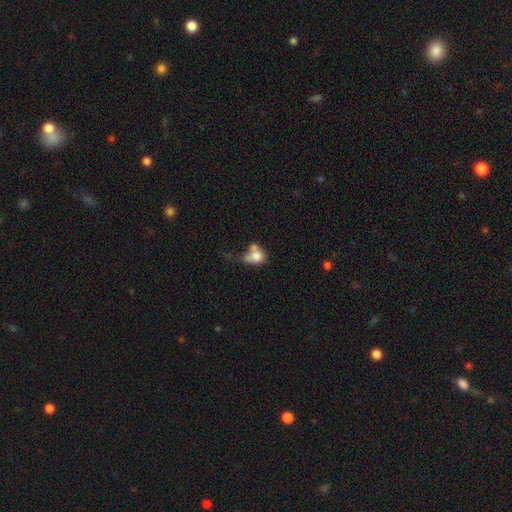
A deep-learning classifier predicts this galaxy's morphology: smooth_or_featured: smooth (p=0.72) [alt: featured or disk p=0.18]
how_rounded: round (p=0.50) [alt: in between p=0.48]
merging: merger (p=0.38) [alt: none p=0.23]